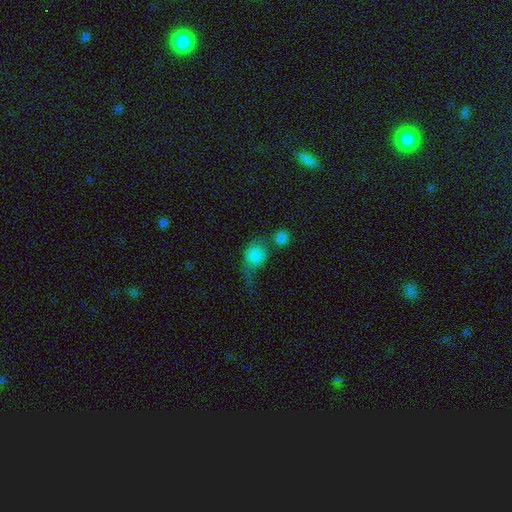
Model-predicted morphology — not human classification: This is likely a smooth galaxy (75%). How rounded: likely round (64%). Merging: marginally major disturbance (27%, tied with none and merger).